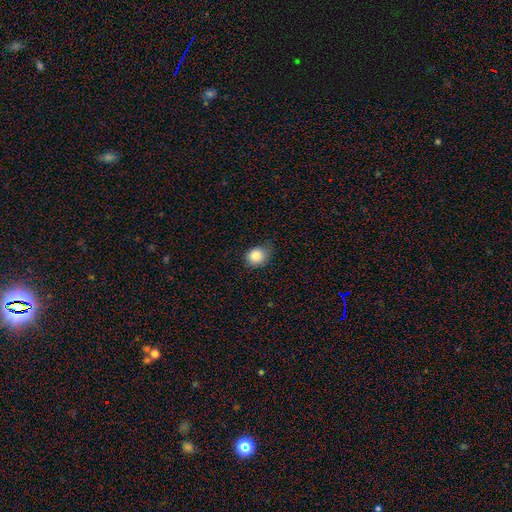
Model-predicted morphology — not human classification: Smooth or featured?
  - smooth: 85% *
  - star or artifact: 10%
  - featured or disk: 5%
How rounded?
  - round: 76% *
  - in between: 24%
  - cigar-shaped: 1%
Merging?
  - none: 69% *
  - minor disturbance: 25%
  - major disturbance: 4%
  - merger: 1%